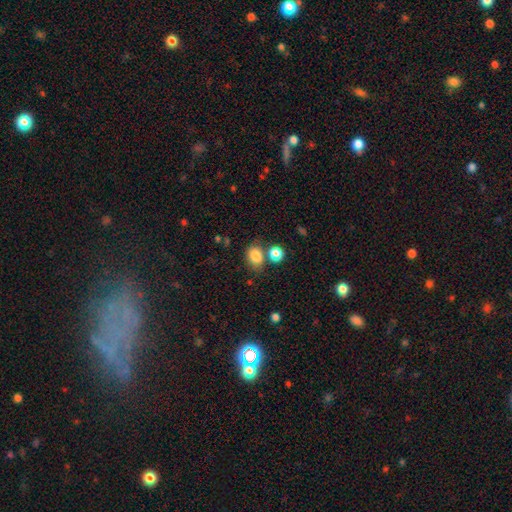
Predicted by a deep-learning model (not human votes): smooth_or_featured: smooth (p=0.83) [alt: star or artifact p=0.10]
how_rounded: in between (p=0.61) [alt: round p=0.38]
merging: none (p=0.61) [alt: merger p=0.18]